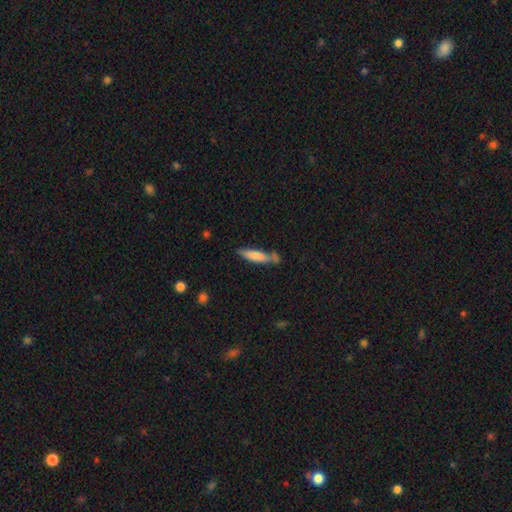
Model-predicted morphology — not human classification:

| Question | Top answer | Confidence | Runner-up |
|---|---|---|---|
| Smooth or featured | smooth | 71% | featured or disk (23%) |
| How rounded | cigar-shaped | 79% | in between (20%) |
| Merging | none | 55% | minor disturbance (24%) |